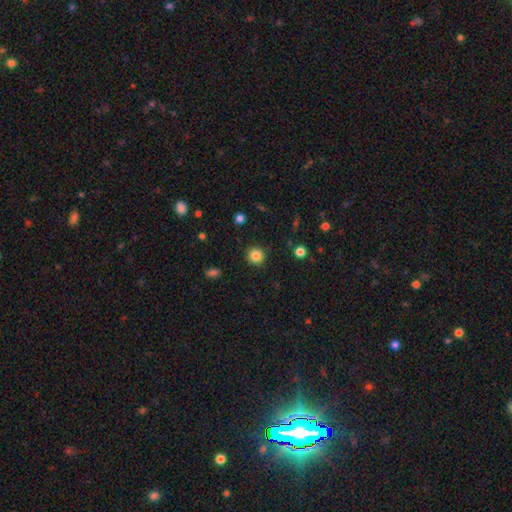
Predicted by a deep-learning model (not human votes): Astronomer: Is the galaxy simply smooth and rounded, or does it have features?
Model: smooth — 84%.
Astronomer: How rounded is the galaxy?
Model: round — 94%.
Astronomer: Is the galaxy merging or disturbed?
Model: none — 91%.